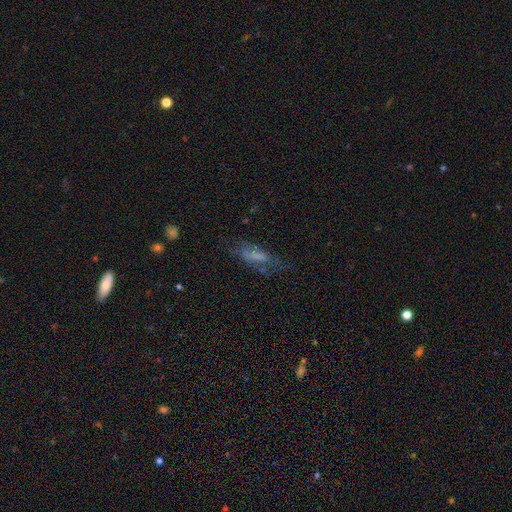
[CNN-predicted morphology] smooth-or-featured: featured or disk: 45% | smooth: 42% | star or artifact: 13%
  merging: none: 52% | minor disturbance: 23% | major disturbance: 22% | merger: 3%